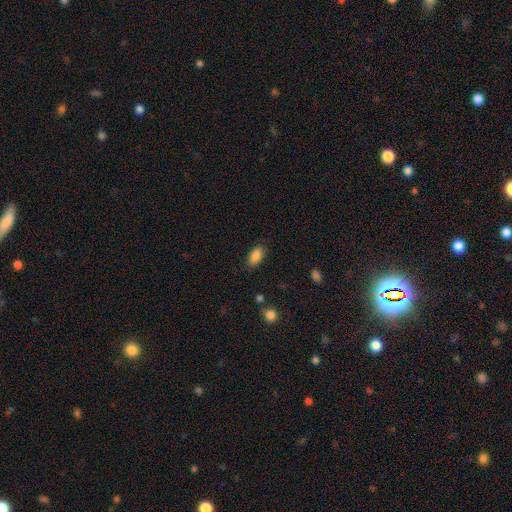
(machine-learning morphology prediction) smooth_or_featured: smooth (p=0.87) [alt: star or artifact p=0.08]
how_rounded: in between (p=0.91) [alt: cigar-shaped p=0.05]
merging: none (p=0.83) [alt: minor disturbance p=0.12]